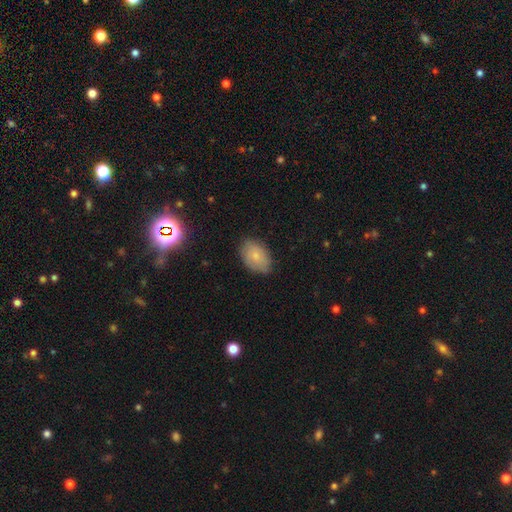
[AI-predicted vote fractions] Smooth or featured?
  - smooth: 77% *
  - featured or disk: 14%
  - star or artifact: 8%
How rounded?
  - in between: 86% *
  - round: 13%
  - cigar-shaped: 1%
Merging?
  - none: 77% *
  - minor disturbance: 18%
  - major disturbance: 3%
  - merger: 1%